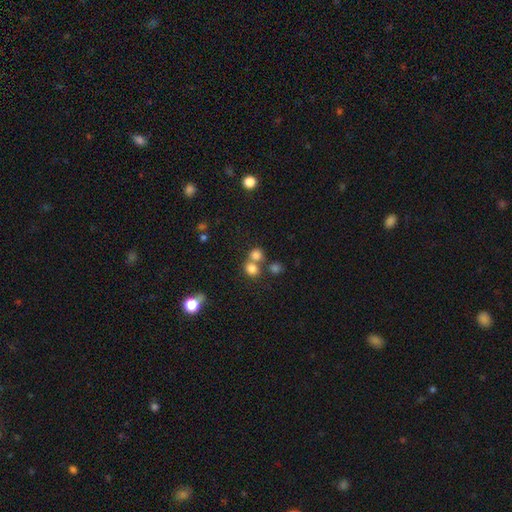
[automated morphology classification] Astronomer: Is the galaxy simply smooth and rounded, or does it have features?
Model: smooth — 76%.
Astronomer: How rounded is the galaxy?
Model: round — 80%.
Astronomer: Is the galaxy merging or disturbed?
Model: none — 47% (runner-up: merger, 42%).